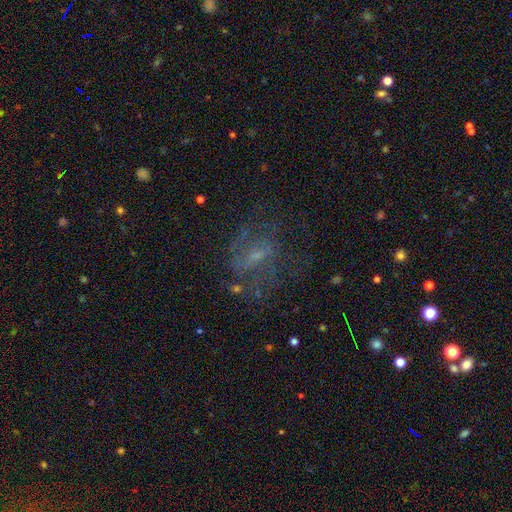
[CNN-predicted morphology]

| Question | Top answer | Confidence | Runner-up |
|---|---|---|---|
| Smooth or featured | featured or disk | 57% | smooth (25%) |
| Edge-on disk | no | 94% | yes (6%) |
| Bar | weak | 44% | no (40%) |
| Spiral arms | yes | 55% | no (45%) |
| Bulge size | small | 58% | moderate (22%) |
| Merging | none | 53% | major disturbance (25%) |